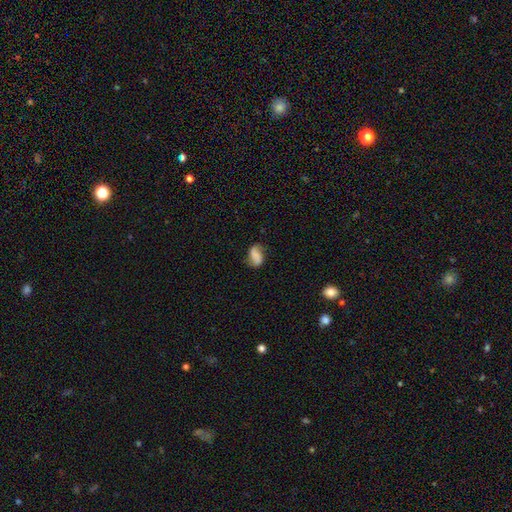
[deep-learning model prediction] A smooth galaxy with no disk features (60%) that is in between round and cigar-shaped (85%). Merging: none (59%).